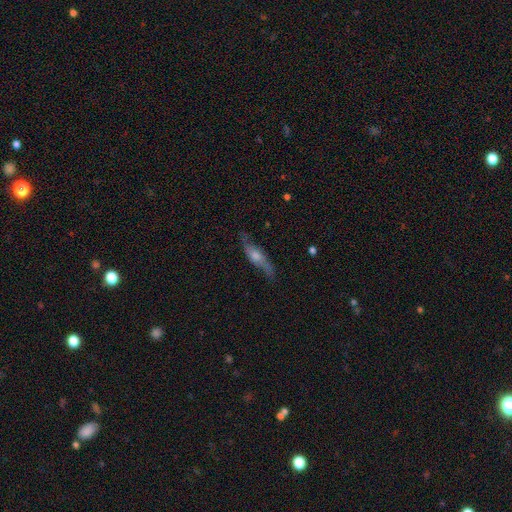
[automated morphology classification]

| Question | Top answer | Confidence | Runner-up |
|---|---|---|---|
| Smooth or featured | featured or disk | 63% | smooth (29%) |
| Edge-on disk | yes | 66% | no (34%) |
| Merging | none | 74% | minor disturbance (19%) |